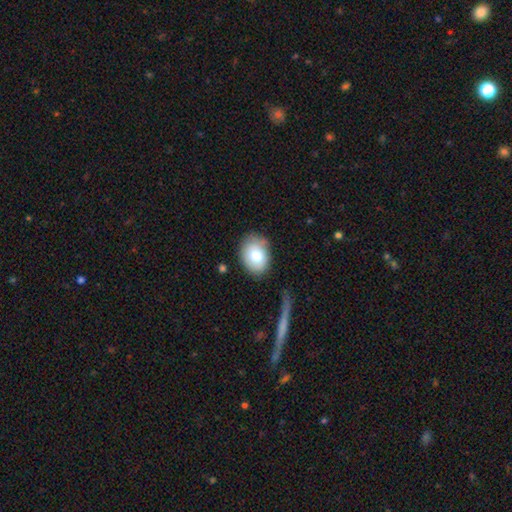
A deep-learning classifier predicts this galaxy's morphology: smooth 77%, featured or disk 15%, star or artifact 8%. Down the decision tree: how rounded — in between (67%); merging — none (75%).